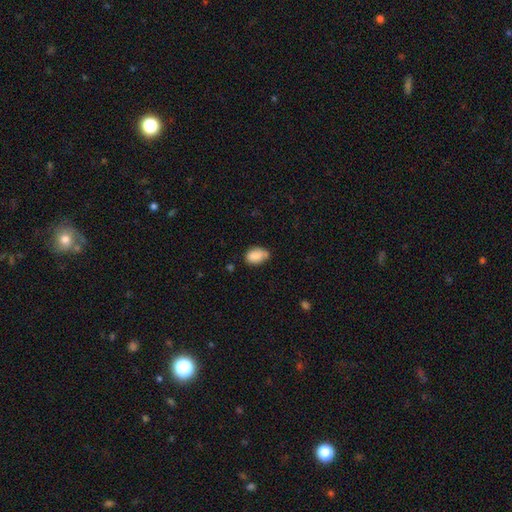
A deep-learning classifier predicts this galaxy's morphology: The model was most divided on "merging": none: 57%, minor disturbance: 31%, merger: 6%, major disturbance: 6%. More confident: smooth or featured — smooth (85%); how rounded — in between (84%).